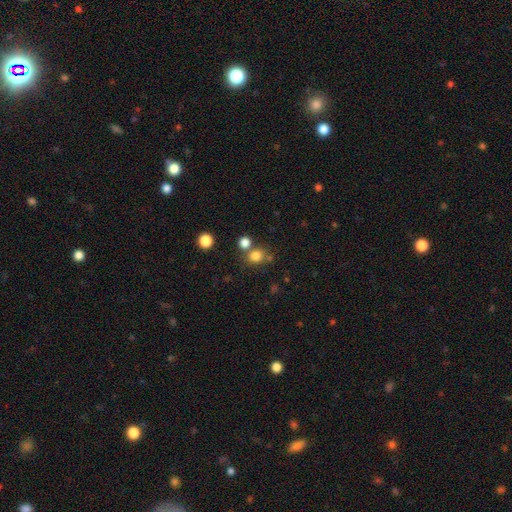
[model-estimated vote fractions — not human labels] Overall: smooth (79%). How rounded: round (83%). Merging: none (65%).